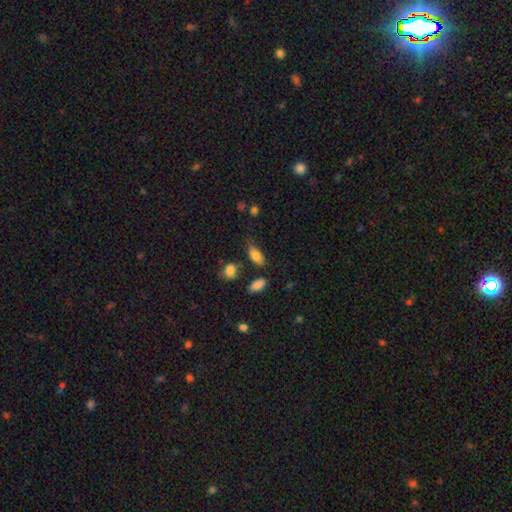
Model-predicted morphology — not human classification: smooth_or_featured: smooth (p=0.81) [alt: featured or disk p=0.11]
how_rounded: in between (p=0.87) [alt: cigar-shaped p=0.09]
merging: none (p=0.65) [alt: minor disturbance p=0.23]